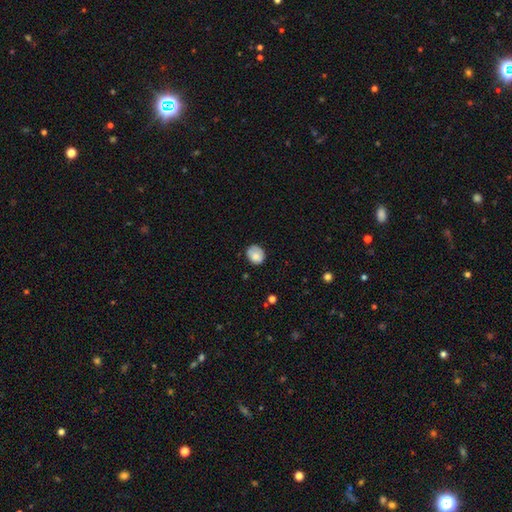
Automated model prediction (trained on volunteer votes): Smooth or featured?
  - smooth: 78% *
  - featured or disk: 14%
  - star or artifact: 8%
How rounded?
  - round: 64% *
  - in between: 35%
  - cigar-shaped: 1%
Merging?
  - none: 67% *
  - minor disturbance: 26%
  - major disturbance: 6%
  - merger: 2%